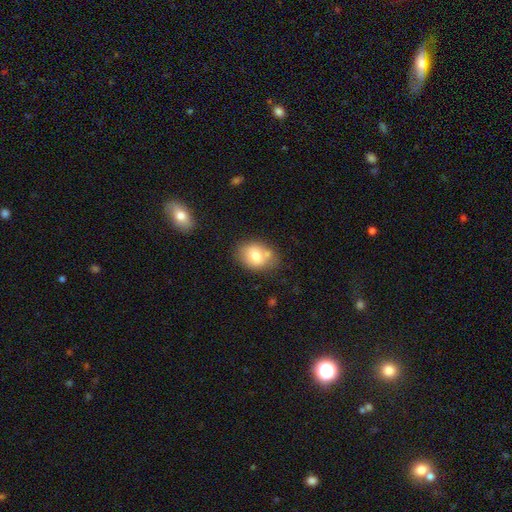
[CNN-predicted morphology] Smooth or featured?
  - smooth: 74% *
  - featured or disk: 18%
  - star or artifact: 8%
How rounded?
  - in between: 64% *
  - round: 35%
  - cigar-shaped: 1%
Merging?
  - none: 62% *
  - minor disturbance: 19%
  - merger: 14%
  - major disturbance: 5%